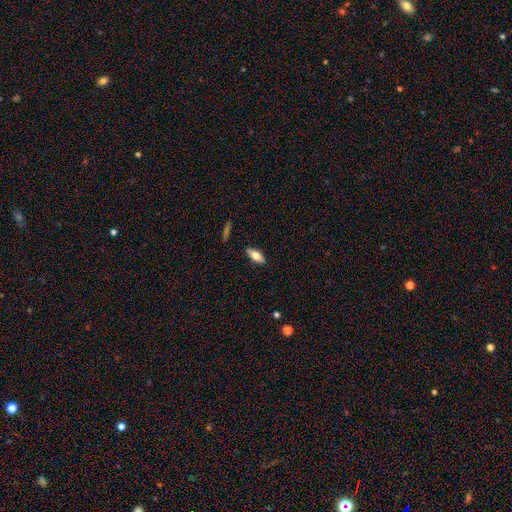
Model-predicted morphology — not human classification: This appears to be a smooth galaxy with no disk features (67%) that is in between round and cigar-shaped (77%). Merging: none (88%).